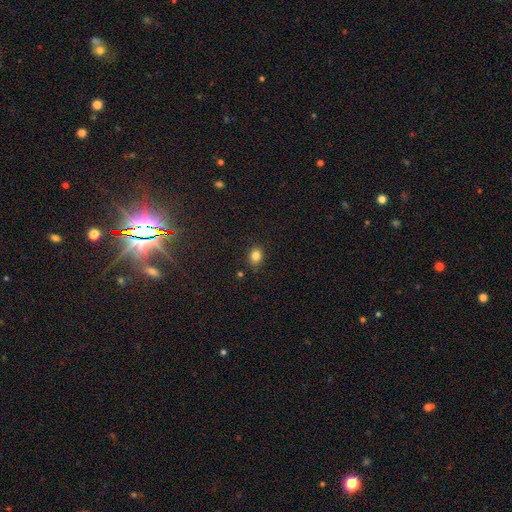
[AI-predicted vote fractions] This appears to be a smooth galaxy with no disk features (83%) that is round (52%). Merging: none (85%).